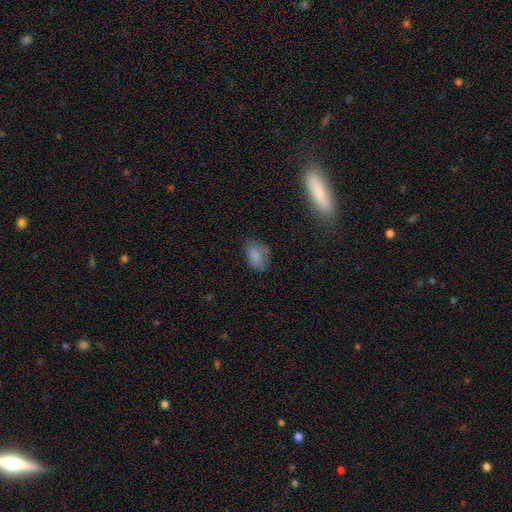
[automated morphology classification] Q: Smooth or featured?
A: smooth (79%); runner-up: star or artifact (11%)
Q: How rounded?
A: in between (85%); runner-up: round (14%)
Q: Merging?
A: none (63%); runner-up: minor disturbance (26%)